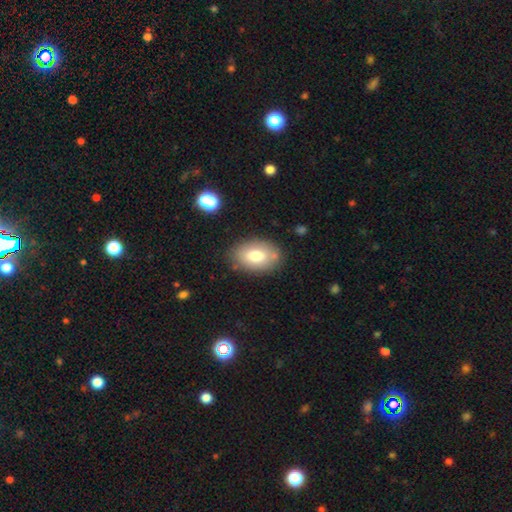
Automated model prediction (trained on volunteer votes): Q: Smooth or featured?
A: smooth (75%); runner-up: featured or disk (17%)
Q: How rounded?
A: in between (88%); runner-up: round (11%)
Q: Merging?
A: none (79%); runner-up: minor disturbance (14%)